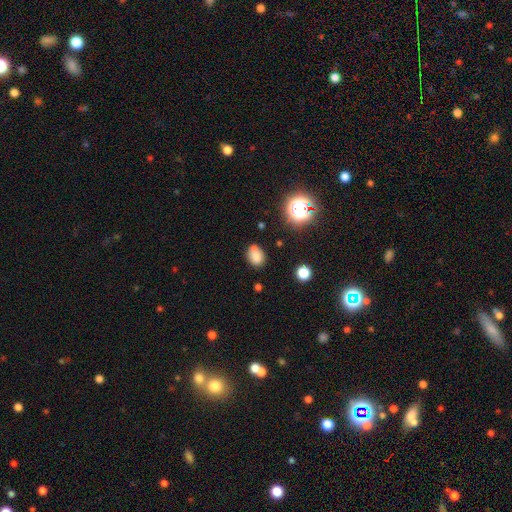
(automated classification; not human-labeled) A smooth galaxy with no disk features (76%) that is in between round and cigar-shaped (63%). Merging: none (62%).